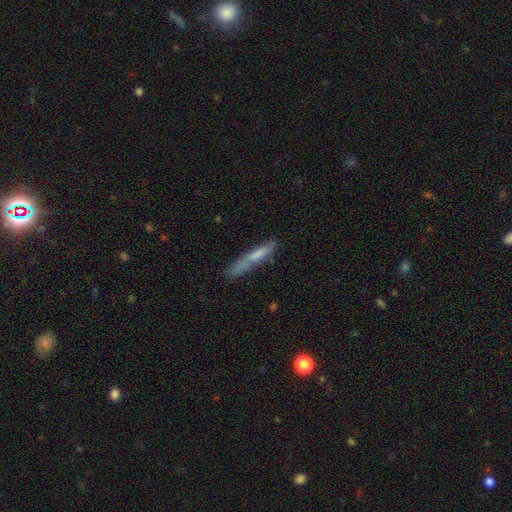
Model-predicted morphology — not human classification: A smooth galaxy with no disk features (63%) that is cigar-shaped (92%).

Vote fractions:
- Smooth or featured? smooth: 63% / featured or disk: 29% / star or artifact: 7%
- How rounded? cigar-shaped: 92% / in between: 6% / round: 1%
- Merging? none: 67% / minor disturbance: 22% / major disturbance: 7% / merger: 5%